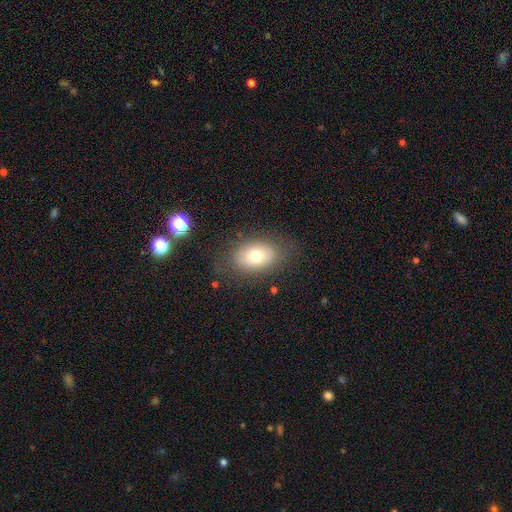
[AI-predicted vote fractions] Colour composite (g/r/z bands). It shows a smooth galaxy with no disk features (71%) that is in between round and cigar-shaped (83%). Merging: none (77%).